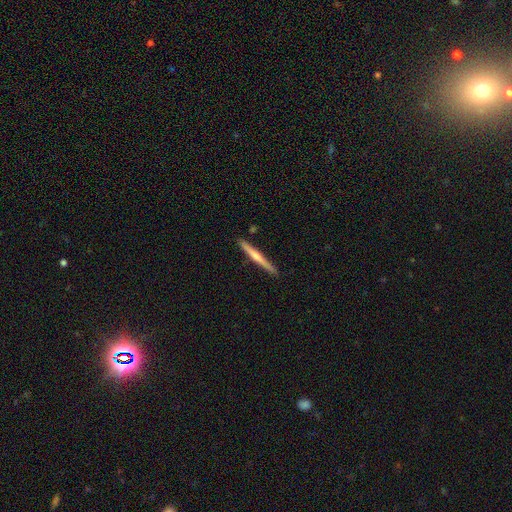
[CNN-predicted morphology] Overall: featured or disk (52%; smooth 43%). Edge-on disk: yes (97%). Edge-on bulge: rounded (58%; none 36%). Merging: none (89%).